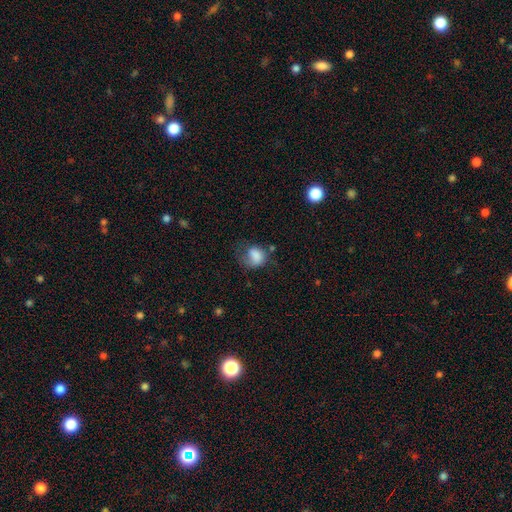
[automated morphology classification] The model was most divided on "merging": major disturbance: 36%, none: 32%, minor disturbance: 29%, merger: 4%. More confident: smooth or featured — smooth (73%); how rounded — in between (53%).